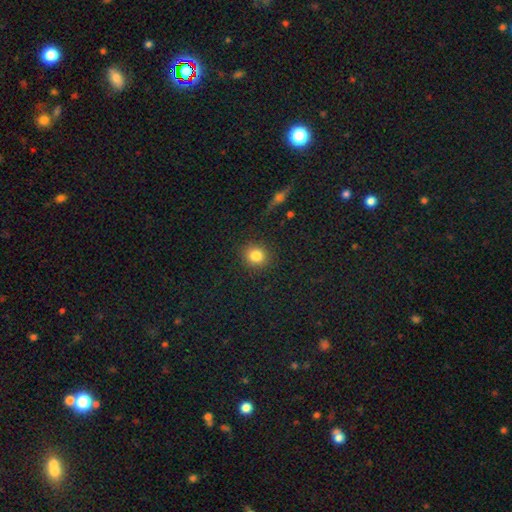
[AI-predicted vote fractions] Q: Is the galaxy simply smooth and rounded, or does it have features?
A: smooth — 83%.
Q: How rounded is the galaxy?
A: round — 84%.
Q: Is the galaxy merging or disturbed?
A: none — 89%.